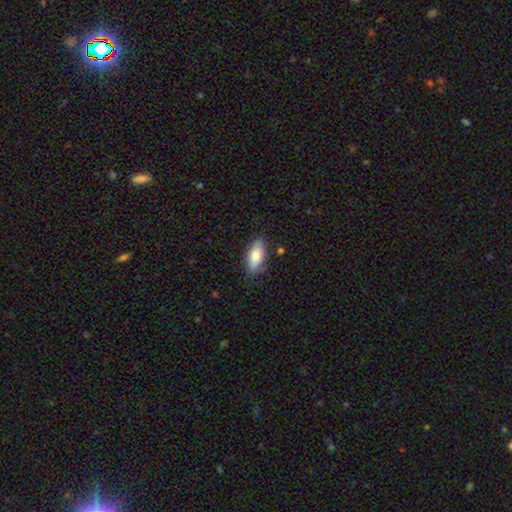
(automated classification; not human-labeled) Smooth or featured? Predicted: smooth (p=0.81). How rounded? Predicted: in between (p=0.85). Merging? Predicted: none (p=0.81).